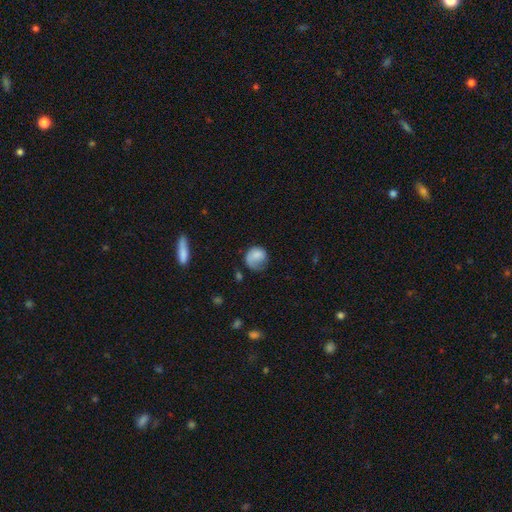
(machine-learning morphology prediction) smooth_or_featured: smooth (p=0.68) [alt: featured or disk p=0.24]
how_rounded: round (p=0.71) [alt: in between p=0.28]
merging: none (p=0.41) [alt: major disturbance p=0.29]